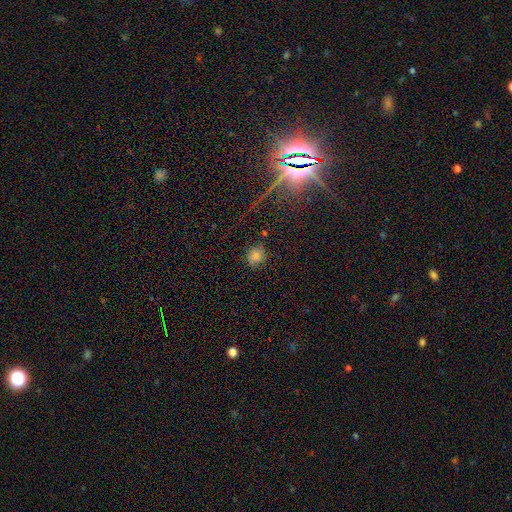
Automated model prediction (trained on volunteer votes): smooth-or-featured: smooth: 71% | star or artifact: 20% | featured or disk: 9%
  how-rounded: round: 79% | in between: 20% | cigar-shaped: 1%
  merging: none: 77% | minor disturbance: 15% | major disturbance: 5% | merger: 3%